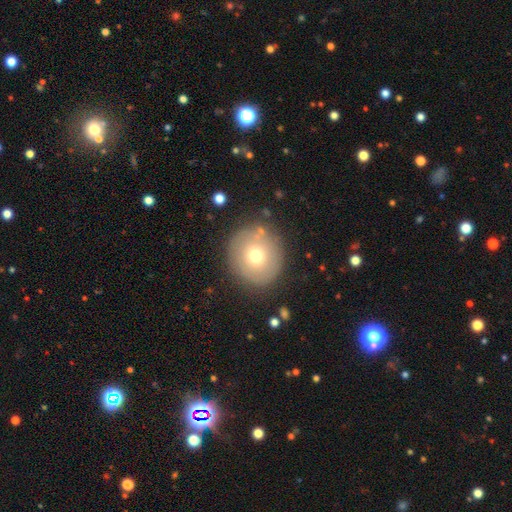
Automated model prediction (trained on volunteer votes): Smooth or featured? Predicted: smooth (p=0.67). How rounded? Predicted: round (p=0.91). Merging? Predicted: none (p=0.83).